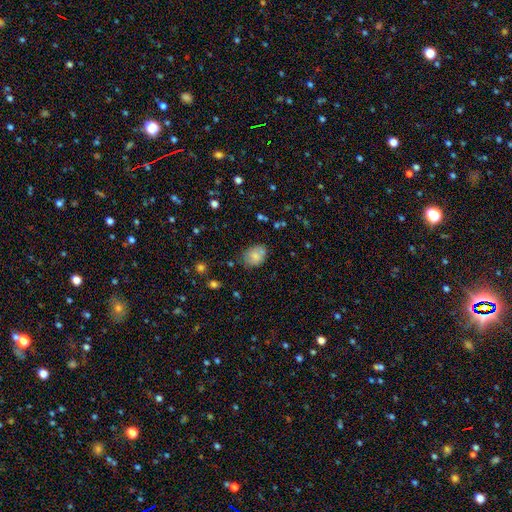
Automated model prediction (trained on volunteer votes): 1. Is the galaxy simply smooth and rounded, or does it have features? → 76% smooth, 15% featured or disk, 9% star or artifact.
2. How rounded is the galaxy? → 70% in between, 29% round, 1% cigar-shaped.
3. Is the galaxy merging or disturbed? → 69% none, 20% minor disturbance, 5% major disturbance, 5% merger.